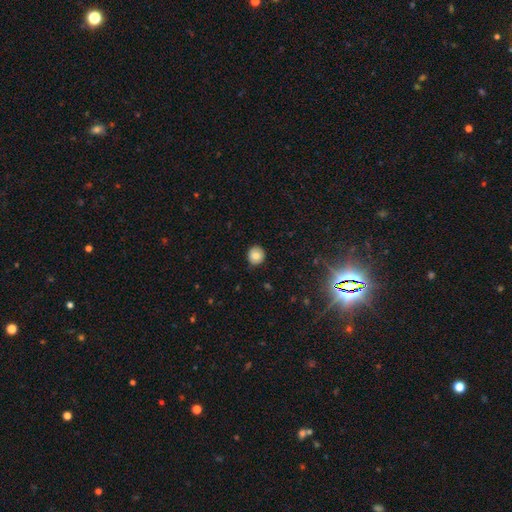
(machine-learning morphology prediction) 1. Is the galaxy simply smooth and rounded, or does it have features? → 81% smooth, 10% star or artifact, 10% featured or disk.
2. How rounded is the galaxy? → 90% round, 10% in between, 1% cigar-shaped.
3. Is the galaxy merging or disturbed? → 87% none, 10% minor disturbance, 2% major disturbance, 1% merger.